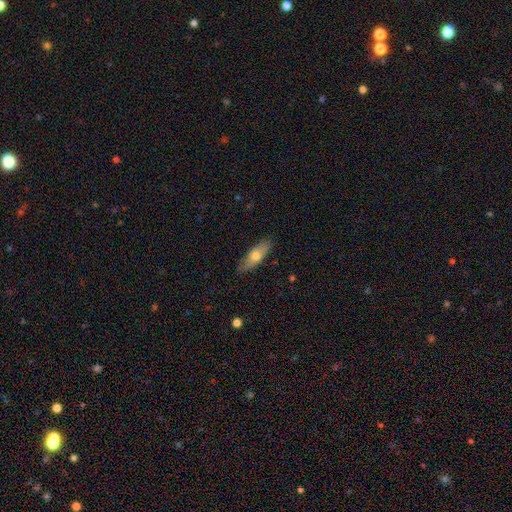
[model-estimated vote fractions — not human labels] This is likely a smooth galaxy (63%). How rounded: possibly in between (56%). Merging: clearly none (86%).